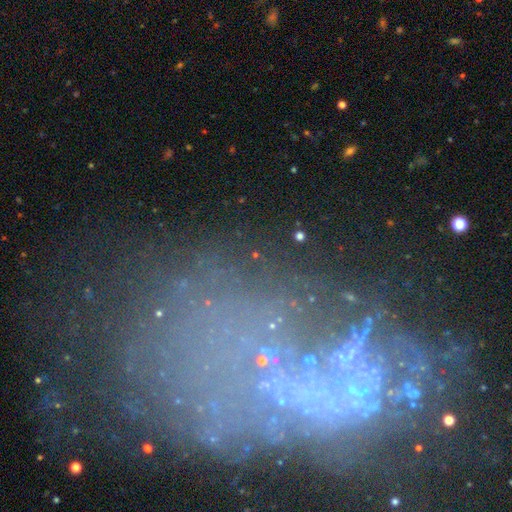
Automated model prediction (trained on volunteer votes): A star or artifact, not a galaxy (52%).

Vote fractions:
- Smooth or featured? star or artifact: 52% / featured or disk: 28% / smooth: 20%